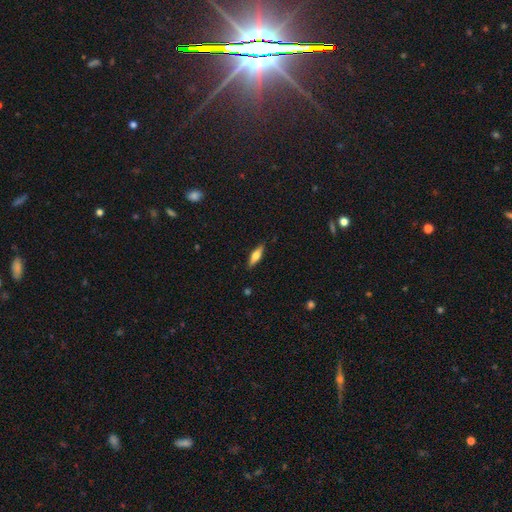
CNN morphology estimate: Q: Smooth or featured?
A: smooth (51%); runner-up: featured or disk (43%)
Q: How rounded?
A: cigar-shaped (55%); runner-up: in between (42%)
Q: Merging?
A: none (88%); runner-up: minor disturbance (9%)